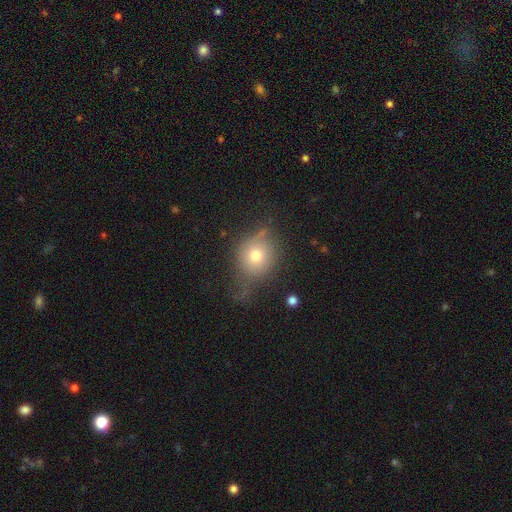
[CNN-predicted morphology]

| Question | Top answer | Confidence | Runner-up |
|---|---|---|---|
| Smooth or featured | smooth | 68% | featured or disk (19%) |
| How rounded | round | 68% | in between (30%) |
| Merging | none | 50% | minor disturbance (30%) |